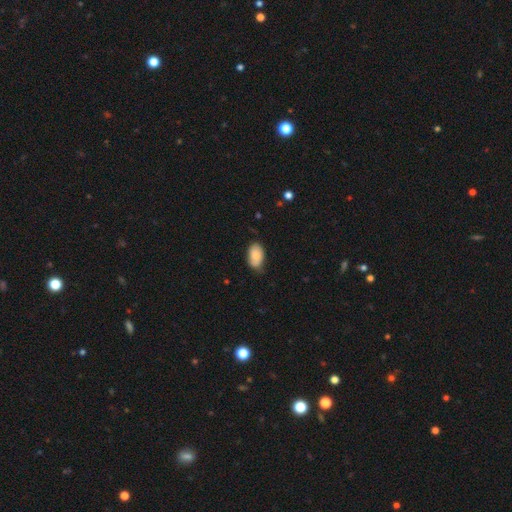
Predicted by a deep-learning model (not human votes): The model was most divided on "merging": none: 72%, minor disturbance: 23%, major disturbance: 3%, merger: 1%. More confident: how rounded — in between (93%); smooth or featured — smooth (82%).